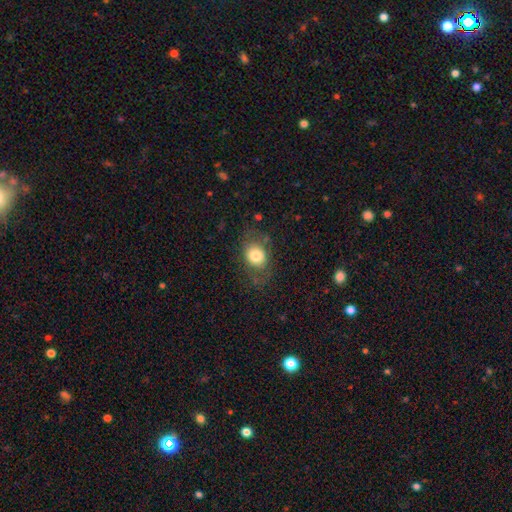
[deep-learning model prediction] Q: Smooth or featured?
A: smooth (77%); runner-up: featured or disk (14%)
Q: How rounded?
A: in between (50%); runner-up: round (49%)
Q: Merging?
A: none (67%); runner-up: minor disturbance (20%)